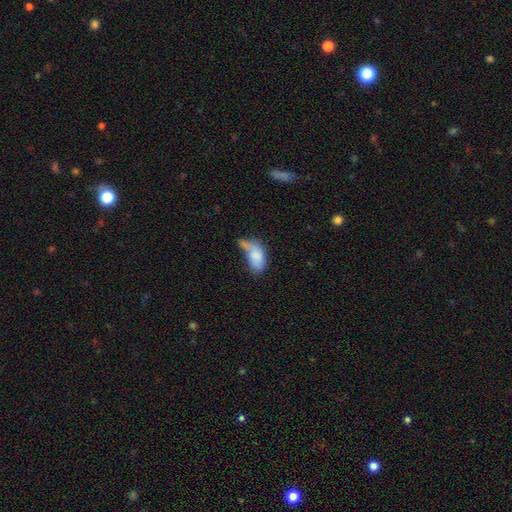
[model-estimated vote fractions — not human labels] Overall: smooth (76%). How rounded: in between (91%). Merging: major disturbance (27%; minor disturbance 26%).